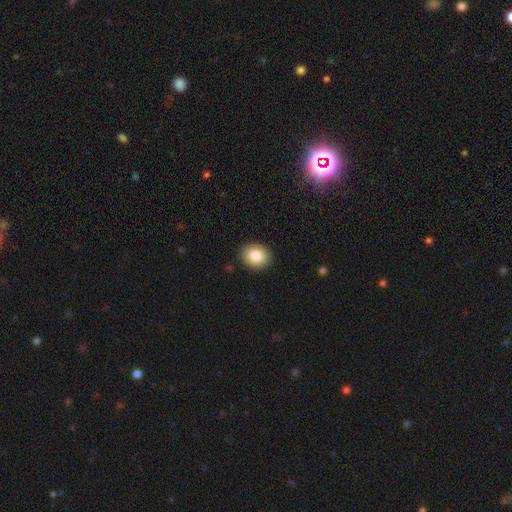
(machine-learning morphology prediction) A smooth galaxy with no disk features (84%) that is round (59%). Merging: none (90%).